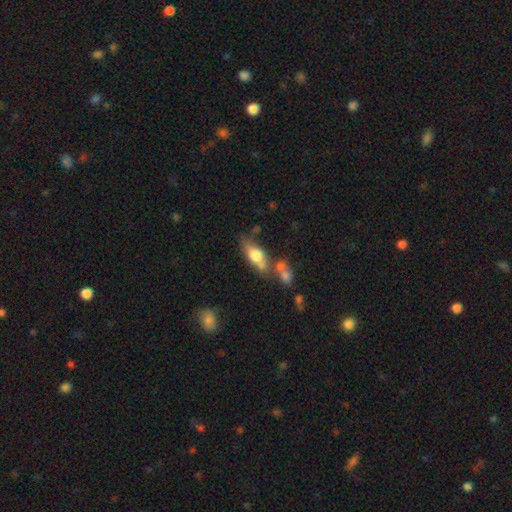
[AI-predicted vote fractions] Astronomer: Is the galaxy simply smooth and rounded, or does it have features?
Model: smooth — 62%.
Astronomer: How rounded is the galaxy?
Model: in between — 69%.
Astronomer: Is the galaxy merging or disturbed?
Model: none — 45% (runner-up: merger, 28%).